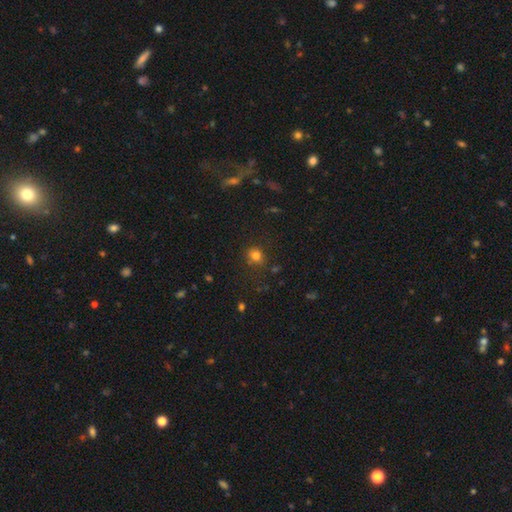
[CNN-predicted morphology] smooth_or_featured: smooth (p=0.77) [alt: star or artifact p=0.16]
how_rounded: round (p=0.77) [alt: in between p=0.22]
merging: none (p=0.77) [alt: minor disturbance p=0.14]